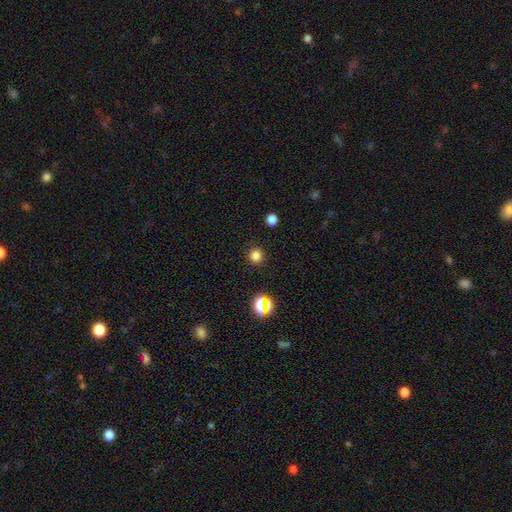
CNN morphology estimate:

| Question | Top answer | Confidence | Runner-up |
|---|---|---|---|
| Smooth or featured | smooth | 78% | star or artifact (18%) |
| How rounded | round | 92% | in between (7%) |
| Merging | none | 90% | minor disturbance (6%) |